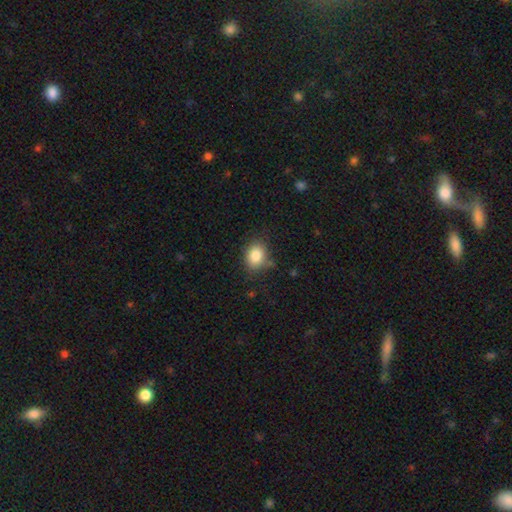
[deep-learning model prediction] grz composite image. It shows a smooth galaxy with no disk features (84%) that is in between round and cigar-shaped (61%). Merging: none (77%).